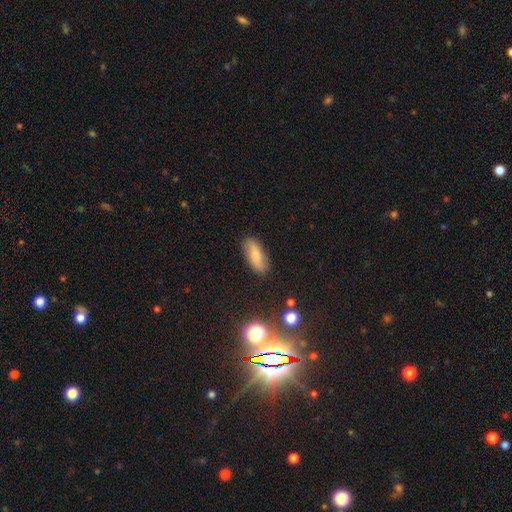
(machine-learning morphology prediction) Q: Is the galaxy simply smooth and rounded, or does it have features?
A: smooth — 73%.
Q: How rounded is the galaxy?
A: in between — 72%.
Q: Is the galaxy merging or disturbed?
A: none — 86%.